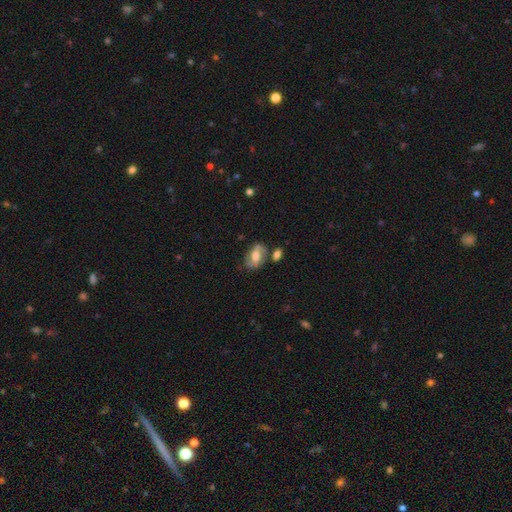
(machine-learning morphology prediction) This is possibly a featured or disk galaxy (51%). It is clearly not viewed edge-on (94%). Merging: likely none (62%).